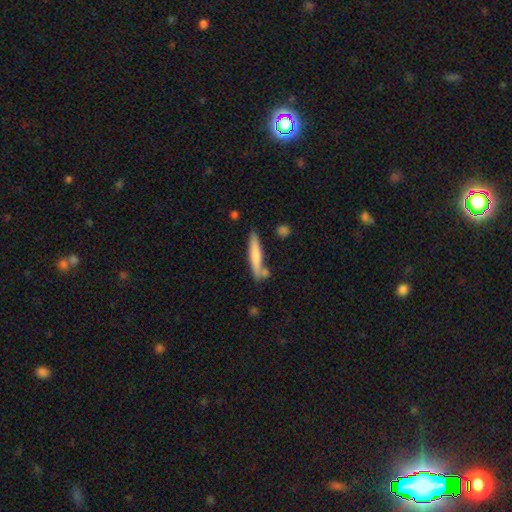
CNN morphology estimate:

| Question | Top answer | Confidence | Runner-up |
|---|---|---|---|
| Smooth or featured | smooth | 67% | featured or disk (27%) |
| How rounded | cigar-shaped | 90% | in between (8%) |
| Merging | none | 70% | minor disturbance (16%) |